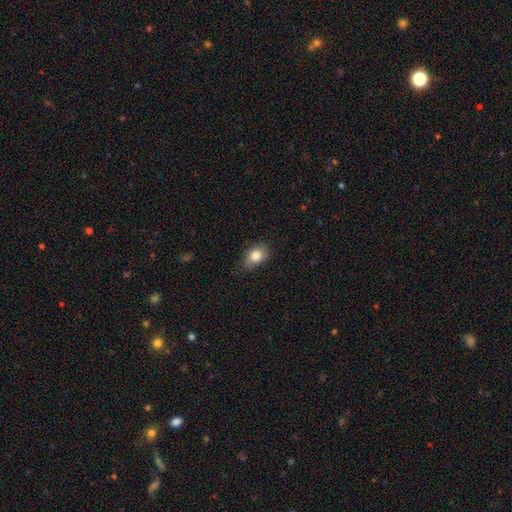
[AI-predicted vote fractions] This appears to be a smooth galaxy with no disk features (82%) that is in between round and cigar-shaped (81%). Merging: none (75%).